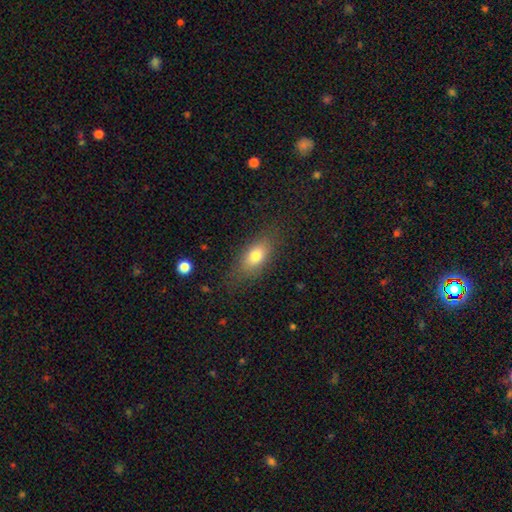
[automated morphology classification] Smooth or featured: smooth — 76% (featured or disk — 15%)
How rounded: in between — 81% (cigar-shaped — 11%)
Merging: none — 78% (minor disturbance — 15%)